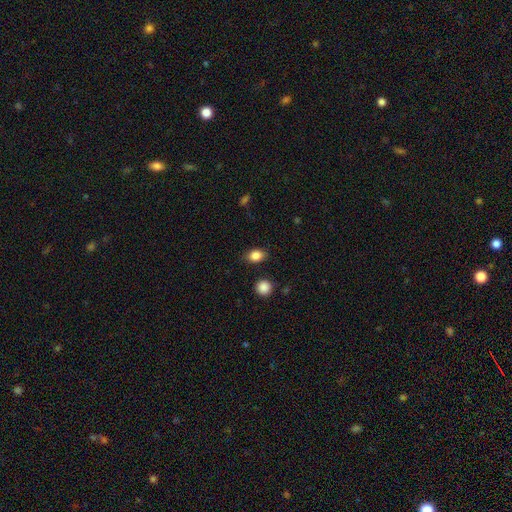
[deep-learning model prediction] Overall: smooth (85%). How rounded: in between (66%; round 33%). Merging: none (85%).